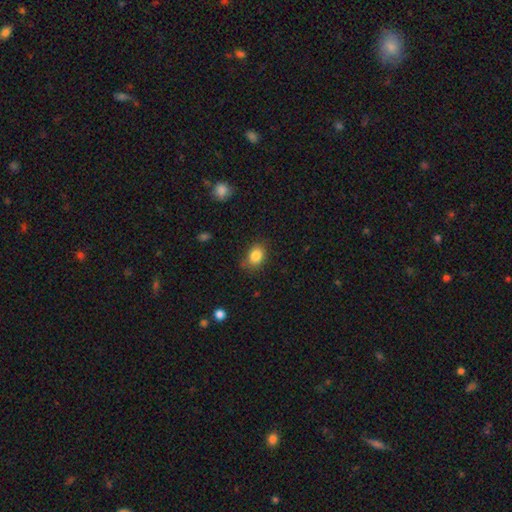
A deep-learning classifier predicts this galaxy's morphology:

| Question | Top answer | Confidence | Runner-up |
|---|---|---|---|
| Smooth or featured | smooth | 85% | star or artifact (10%) |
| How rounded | in between | 63% | round (36%) |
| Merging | none | 75% | minor disturbance (19%) |